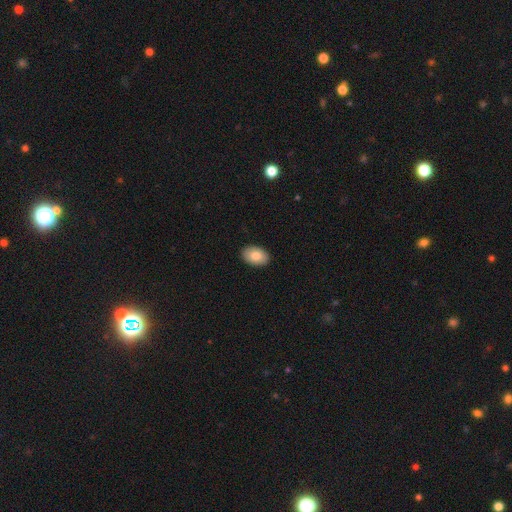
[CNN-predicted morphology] Smooth or featured? smooth (83%)
How rounded? in between (87%)
Merging? none (90%)